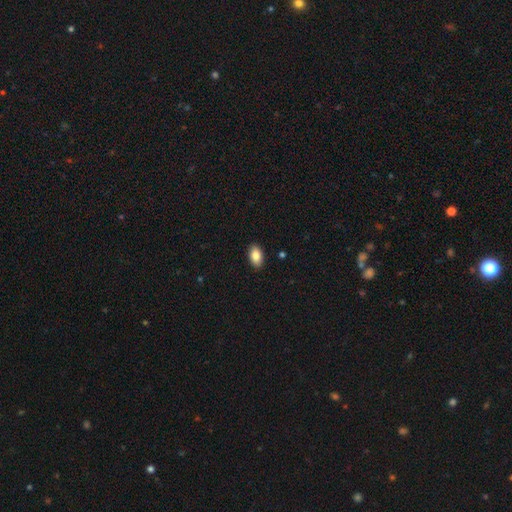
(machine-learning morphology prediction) This is clearly a smooth galaxy (86%). How rounded: clearly in between (93%). Merging: clearly none (90%).